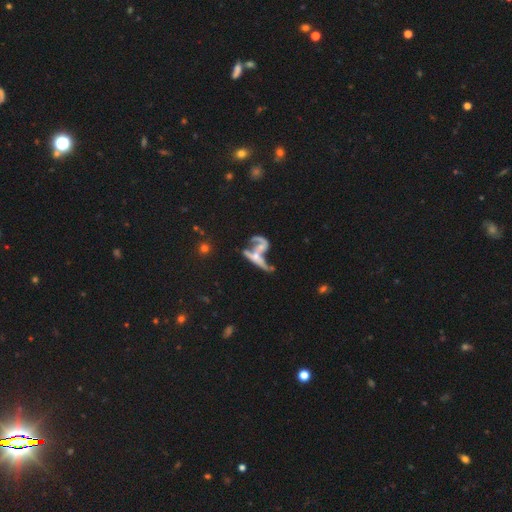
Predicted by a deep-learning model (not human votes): A featured or disk galaxy (63%).

Vote fractions:
- Smooth or featured? featured or disk: 63% / smooth: 21% / star or artifact: 16%
- Edge-on disk? no: 67% / yes: 33%
- Merging? merger: 50% / none: 23% / major disturbance: 18% / minor disturbance: 10%